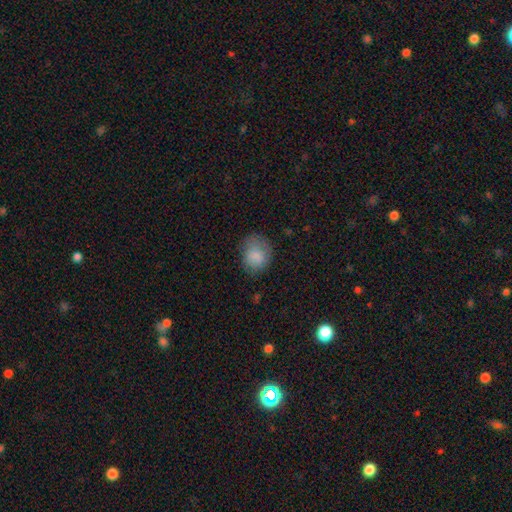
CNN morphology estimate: This is clearly a smooth galaxy (84%). How rounded: likely round (60%). Merging: likely none (68%).